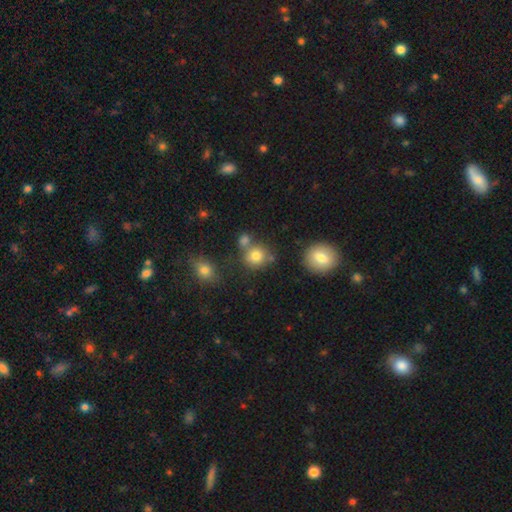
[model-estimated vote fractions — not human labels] smooth 79%, star or artifact 12%, featured or disk 9%. Down the decision tree: how rounded — round (83%); merging — none (62%).